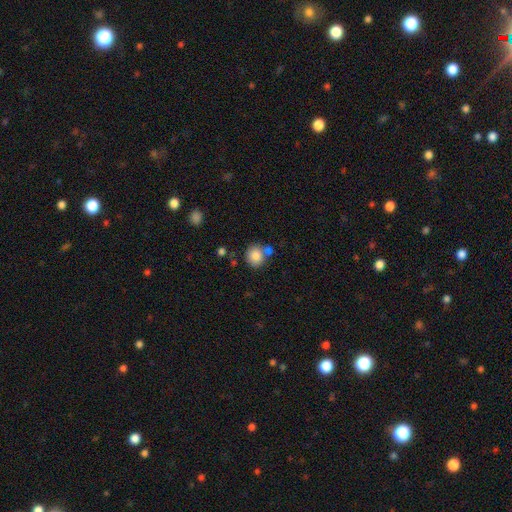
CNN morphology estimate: Smooth or featured: smooth — 84% (star or artifact — 9%)
How rounded: round — 85% (in between — 14%)
Merging: none — 57% (merger — 25%)